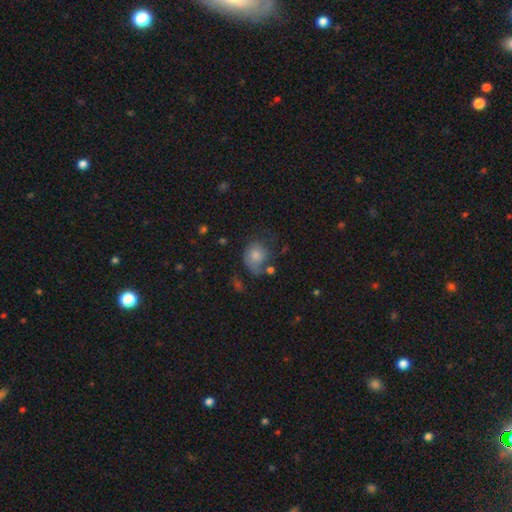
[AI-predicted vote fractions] Morphology: type=smooth (68%); roundness=round (59%); merging=none (36%).